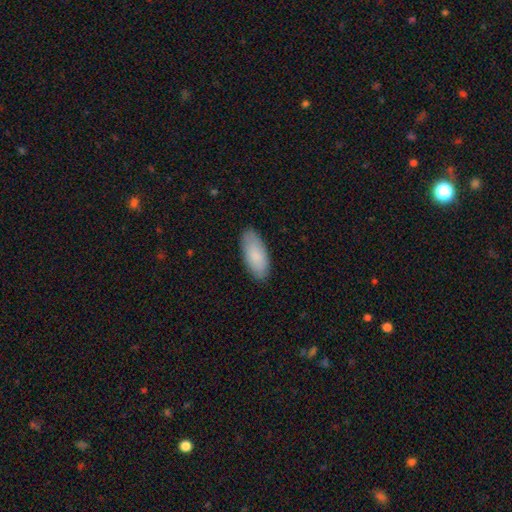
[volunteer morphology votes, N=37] type=smooth (95%); roundness=in between (80%); merging=none (86%).